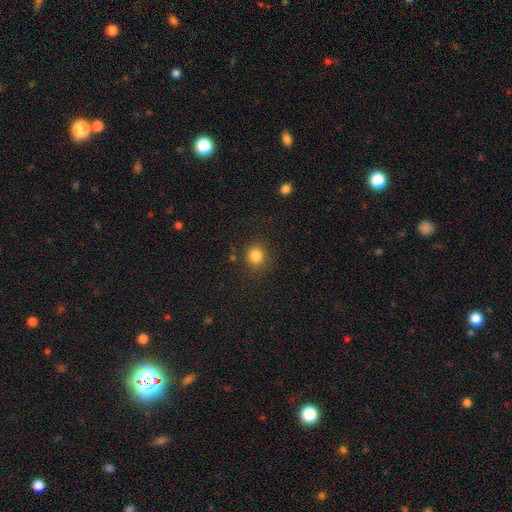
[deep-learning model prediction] This is clearly a smooth galaxy (84%). How rounded: clearly round (86%). Merging: clearly none (84%).